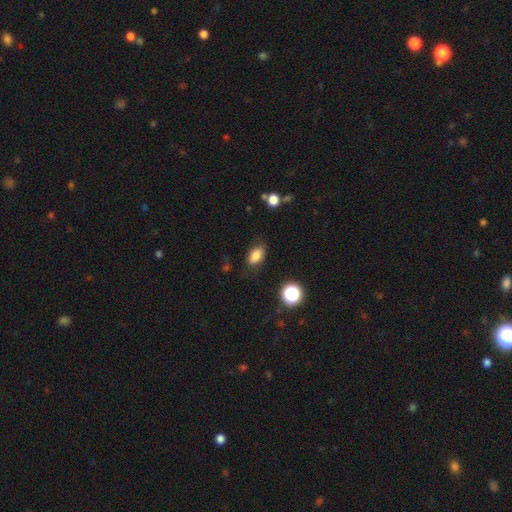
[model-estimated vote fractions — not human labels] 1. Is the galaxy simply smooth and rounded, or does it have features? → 83% smooth, 11% star or artifact, 7% featured or disk.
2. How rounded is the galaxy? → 88% in between, 10% round, 2% cigar-shaped.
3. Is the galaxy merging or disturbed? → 79% none, 15% minor disturbance, 4% major disturbance, 2% merger.